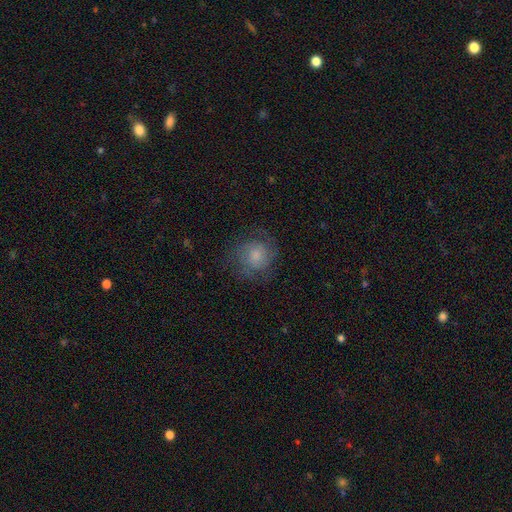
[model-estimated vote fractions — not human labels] Smooth or featured? Predicted: smooth (p=0.56). How rounded? Predicted: round (p=0.85). Merging? Predicted: none (p=0.69).